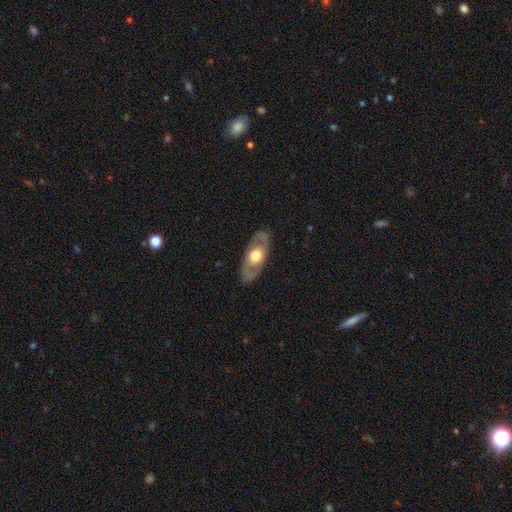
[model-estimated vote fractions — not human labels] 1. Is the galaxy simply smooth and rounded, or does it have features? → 60% featured or disk, 35% smooth, 4% star or artifact.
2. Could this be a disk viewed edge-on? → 80% no, 20% yes.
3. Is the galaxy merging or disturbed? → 86% none, 10% minor disturbance, 3% major disturbance, 1% merger.